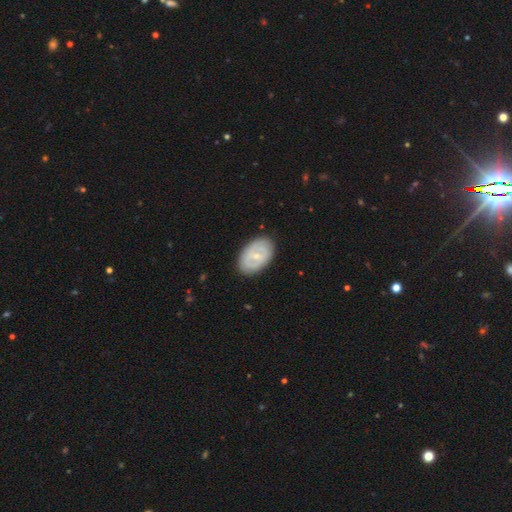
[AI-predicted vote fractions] Smooth or featured?
  - featured or disk: 53% *
  - smooth: 42%
  - star or artifact: 6%
Edge-on disk?
  - no: 93% *
  - yes: 7%
Merging?
  - none: 85% *
  - minor disturbance: 11%
  - major disturbance: 3%
  - merger: 1%